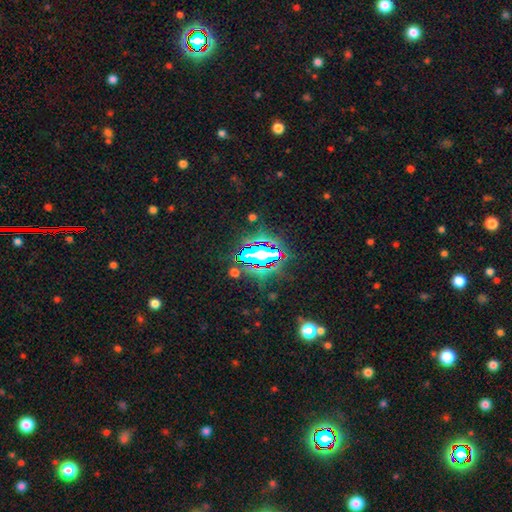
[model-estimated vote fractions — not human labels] Smooth or featured? Predicted: star or artifact (p=0.75).